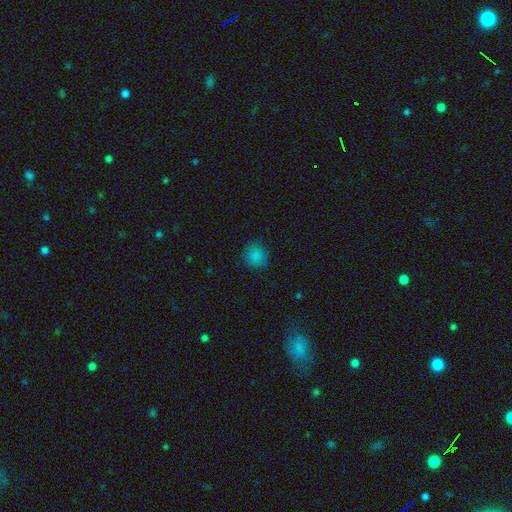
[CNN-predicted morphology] A smooth galaxy with no disk features (81%) that is round (88%).

Vote fractions:
- Smooth or featured? smooth: 81% / star or artifact: 14% / featured or disk: 5%
- How rounded? round: 88% / in between: 11% / cigar-shaped: 1%
- Merging? none: 83% / minor disturbance: 12% / major disturbance: 3% / merger: 1%